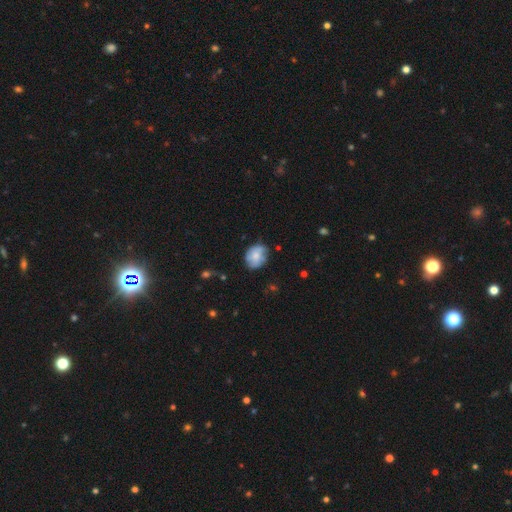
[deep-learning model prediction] This is possibly a smooth galaxy (59%). How rounded: possibly round (53%). Merging: likely none (63%).